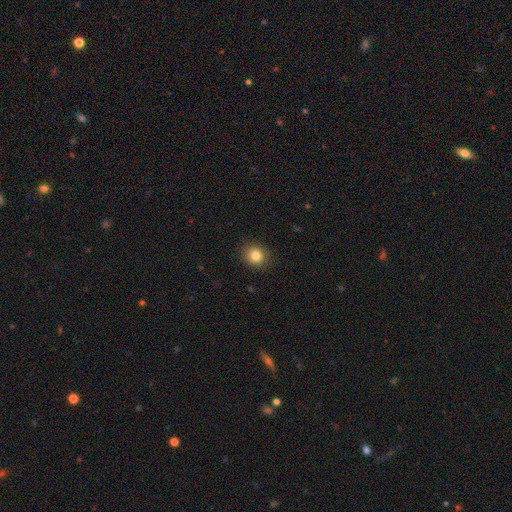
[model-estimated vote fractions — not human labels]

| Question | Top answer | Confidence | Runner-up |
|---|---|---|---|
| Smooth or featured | smooth | 82% | star or artifact (11%) |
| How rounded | round | 73% | in between (26%) |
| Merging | none | 89% | minor disturbance (8%) |